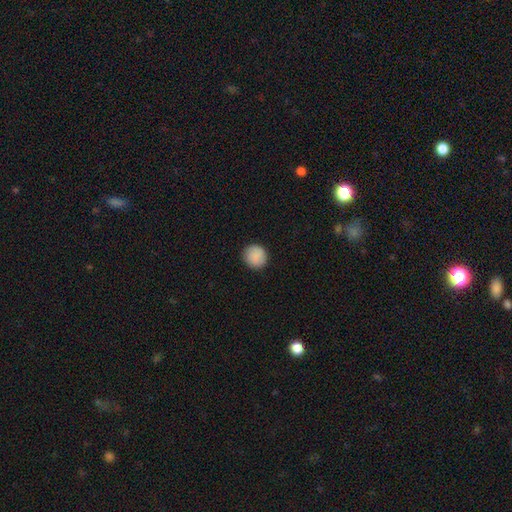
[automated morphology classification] Smooth or featured: smooth — 89% (star or artifact — 7%)
How rounded: round — 93% (in between — 6%)
Merging: none — 91% (minor disturbance — 6%)